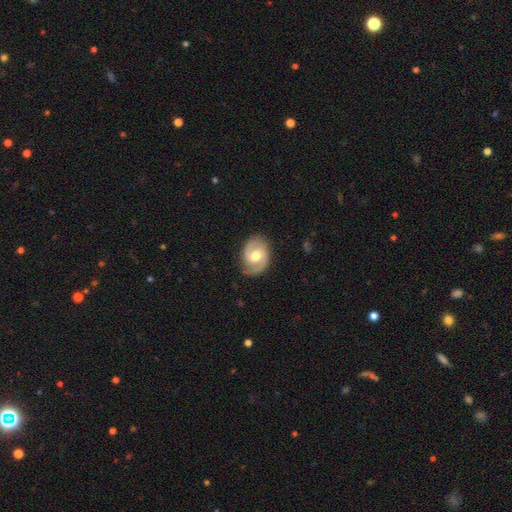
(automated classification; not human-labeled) Smooth or featured?
  - featured or disk: 79% *
  - smooth: 16%
  - star or artifact: 5%
Edge-on disk?
  - no: 97% *
  - yes: 3%
Bar?
  - no: 46% *
  - weak: 43%
  - strong: 10%
Spiral arms?
  - yes: 92% *
  - no: 8%
Spiral winding?
  - medium: 48% *
  - tight: 35%
  - loose: 18%
Spiral arm count?
  - 2: 84% *
  - 1: 7%
  - can't tell: 5%
  - 3: 1%
  - 4: 1%
  - more than 4: 1%
Bulge size?
  - moderate: 74% *
  - large: 12%
  - small: 11%
  - none: 1%
  - dominant: 1%
Merging?
  - none: 78% *
  - minor disturbance: 16%
  - major disturbance: 5%
  - merger: 1%